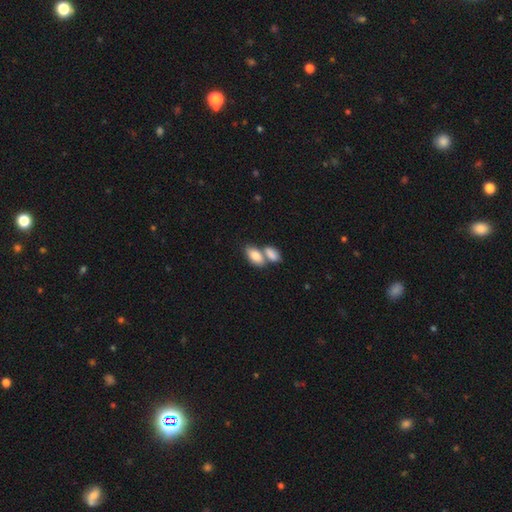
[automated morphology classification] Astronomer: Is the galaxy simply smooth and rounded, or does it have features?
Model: smooth — 83%.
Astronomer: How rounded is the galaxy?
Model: in between — 92%.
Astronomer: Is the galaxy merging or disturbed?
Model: merger — 54% (runner-up: none, 33%).